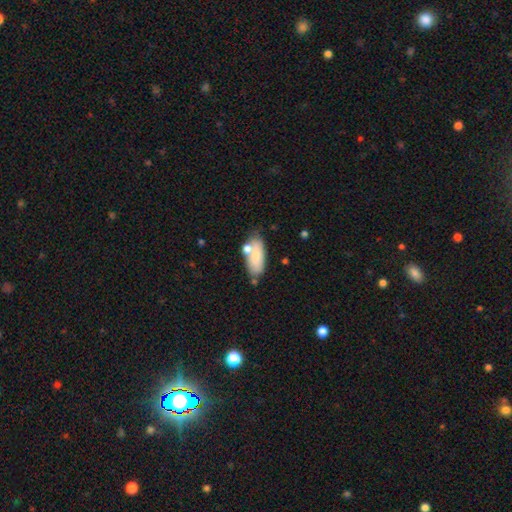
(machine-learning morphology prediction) smooth_or_featured: smooth (p=0.76) [alt: featured or disk p=0.17]
how_rounded: in between (p=0.85) [alt: cigar-shaped p=0.12]
merging: none (p=0.59) [alt: minor disturbance p=0.18]